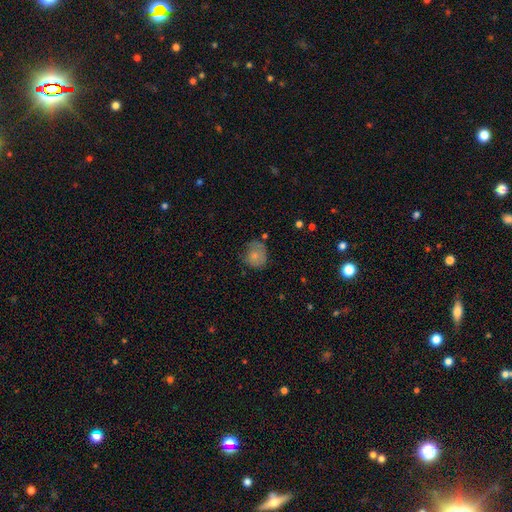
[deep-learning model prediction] Smooth or featured: smooth — 72% (featured or disk — 19%)
How rounded: round — 74% (in between — 25%)
Merging: none — 53% (minor disturbance — 31%)